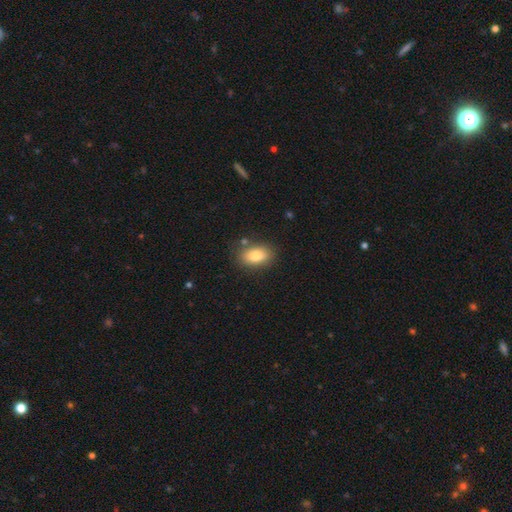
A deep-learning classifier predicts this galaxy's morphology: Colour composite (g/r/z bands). It shows a smooth galaxy with no disk features (83%) that is in between round and cigar-shaped (87%). Merging: none (79%).